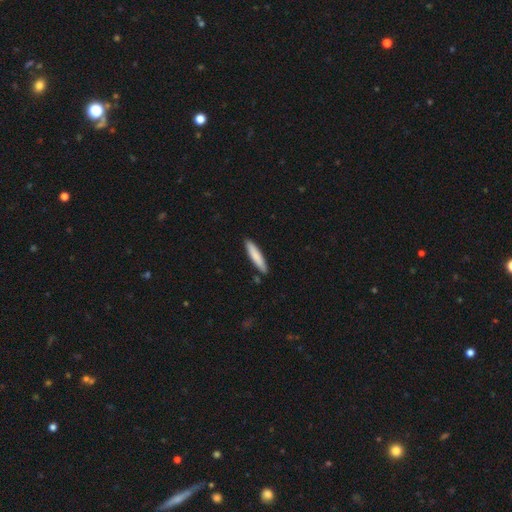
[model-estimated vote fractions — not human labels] Smooth or featured: smooth — 81% (featured or disk — 13%)
How rounded: cigar-shaped — 88% (in between — 11%)
Merging: none — 87% (minor disturbance — 9%)